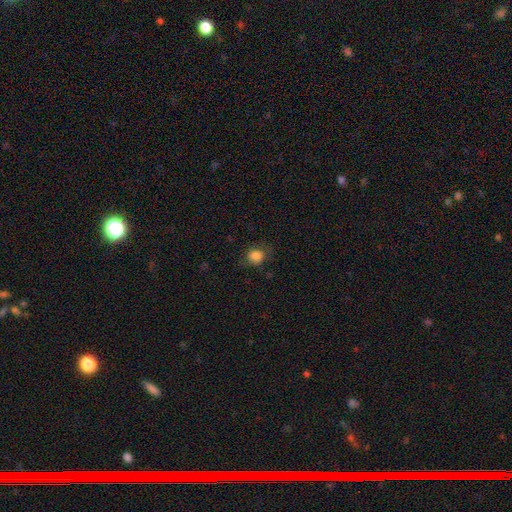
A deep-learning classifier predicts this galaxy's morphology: smooth_or_featured: smooth (p=0.82) [alt: star or artifact p=0.10]
how_rounded: round (p=0.71) [alt: in between p=0.28]
merging: none (p=0.71) [alt: minor disturbance p=0.20]